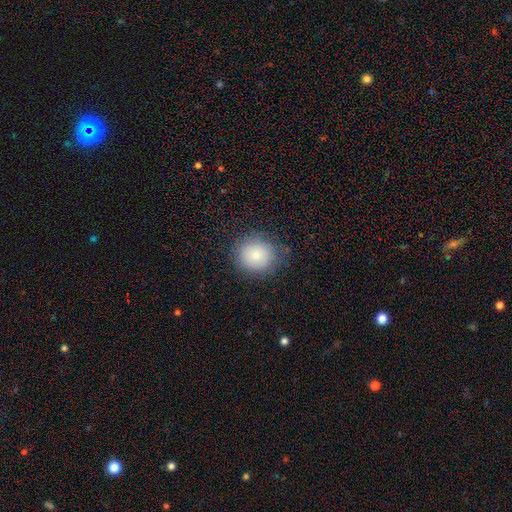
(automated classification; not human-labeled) smooth_or_featured: smooth (p=0.82) [alt: star or artifact p=0.09]
how_rounded: round (p=0.88) [alt: in between p=0.11]
merging: none (p=0.80) [alt: minor disturbance p=0.14]